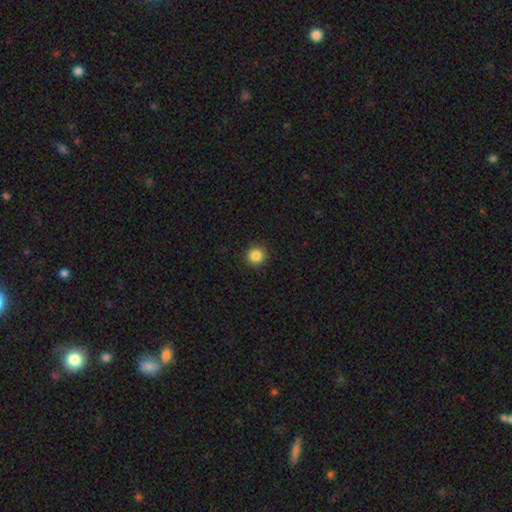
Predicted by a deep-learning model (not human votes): This is clearly a smooth galaxy (85%). How rounded: clearly round (94%). Merging: clearly none (92%).